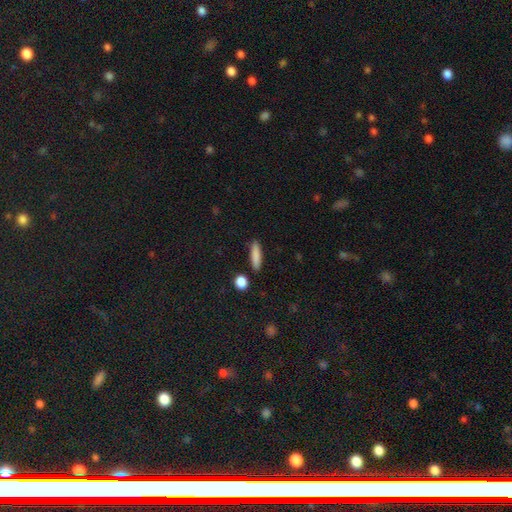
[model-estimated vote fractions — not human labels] Smooth or featured: smooth — 84% (featured or disk — 8%)
How rounded: cigar-shaped — 78% (in between — 19%)
Merging: none — 88% (minor disturbance — 8%)